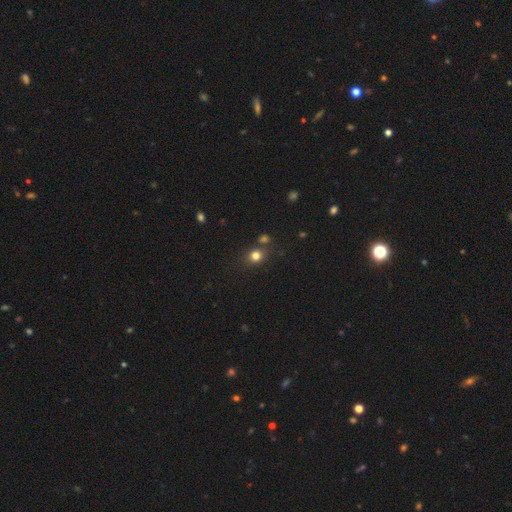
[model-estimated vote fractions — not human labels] Smooth or featured? smooth (79%)
How rounded? round (77%)
Merging? none (73%)